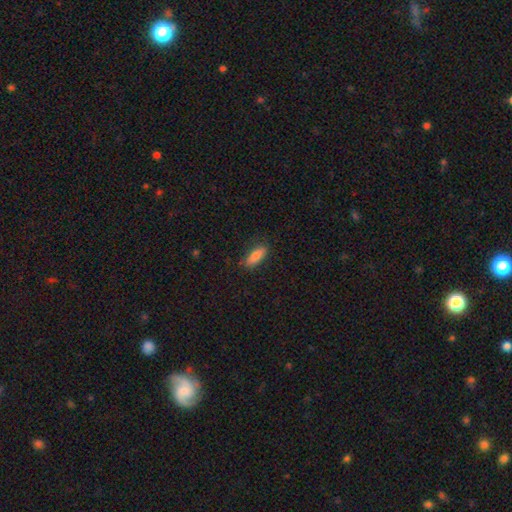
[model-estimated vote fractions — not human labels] smooth-or-featured: smooth: 81% | featured or disk: 12% | star or artifact: 7%
  how-rounded: in between: 66% | cigar-shaped: 32% | round: 2%
  merging: none: 81% | minor disturbance: 15% | major disturbance: 3% | merger: 1%